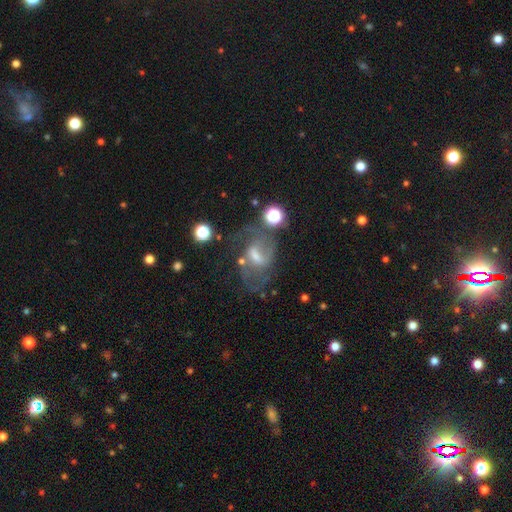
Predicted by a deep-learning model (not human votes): The model was most divided on "bulge size" (2-way tie): small: 36%, moderate: 36%, none: 20%, large: 6%, dominant: 1%. Remaining: edge-on disk — no (95%); spiral arms — yes (76%); smooth or featured — featured or disk (68%); bar — weak (52%); merging — none (46%).